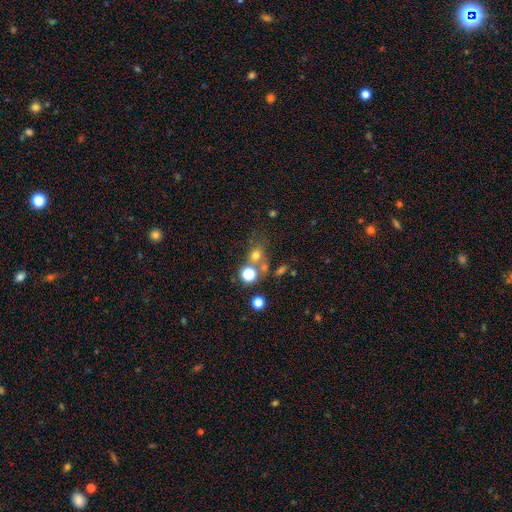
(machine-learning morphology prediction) Smooth or featured: smooth — 67% (star or artifact — 22%)
How rounded: round — 74% (in between — 25%)
Merging: none — 58% (merger — 24%)